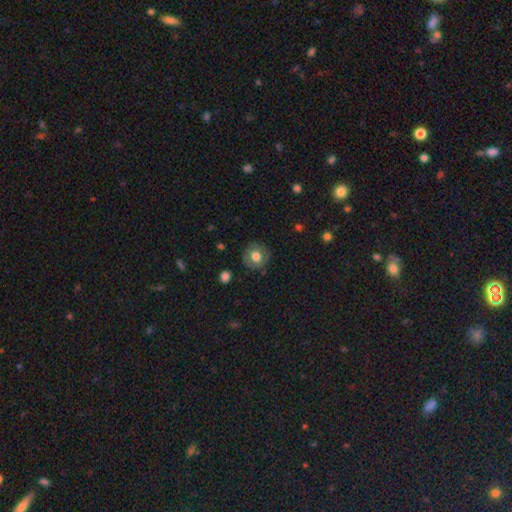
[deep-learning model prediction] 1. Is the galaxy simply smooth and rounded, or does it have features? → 71% smooth, 20% featured or disk, 9% star or artifact.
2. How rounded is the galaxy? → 88% round, 11% in between, 1% cigar-shaped.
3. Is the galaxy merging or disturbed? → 84% none, 11% minor disturbance, 3% major disturbance, 1% merger.